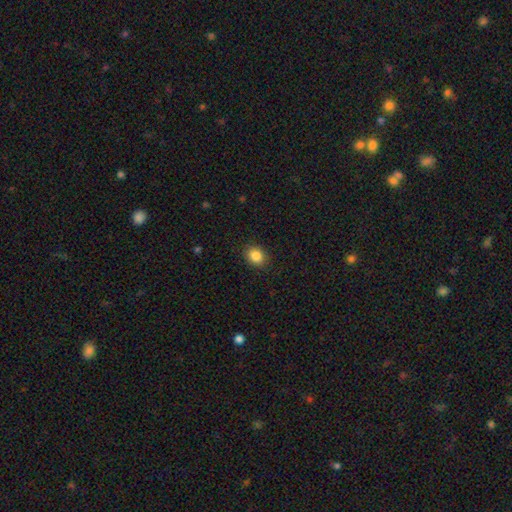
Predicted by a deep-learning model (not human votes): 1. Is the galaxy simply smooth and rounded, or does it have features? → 86% smooth, 10% star or artifact, 5% featured or disk.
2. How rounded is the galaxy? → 56% round, 44% in between, 1% cigar-shaped.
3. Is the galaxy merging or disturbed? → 88% none, 9% minor disturbance, 2% major disturbance, 1% merger.